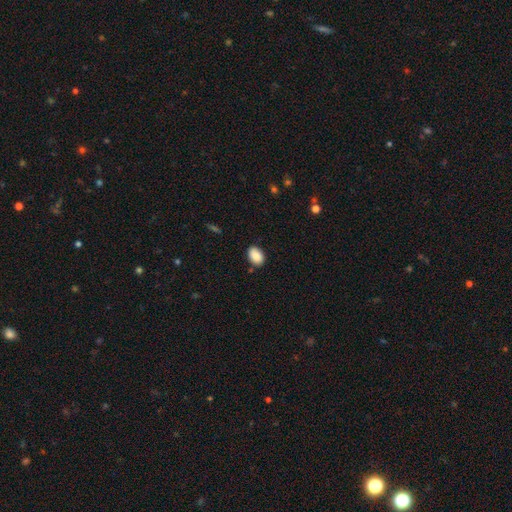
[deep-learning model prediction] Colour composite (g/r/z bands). It shows a smooth galaxy with no disk features (89%) that is in between round and cigar-shaped (84%). Merging: none (83%).